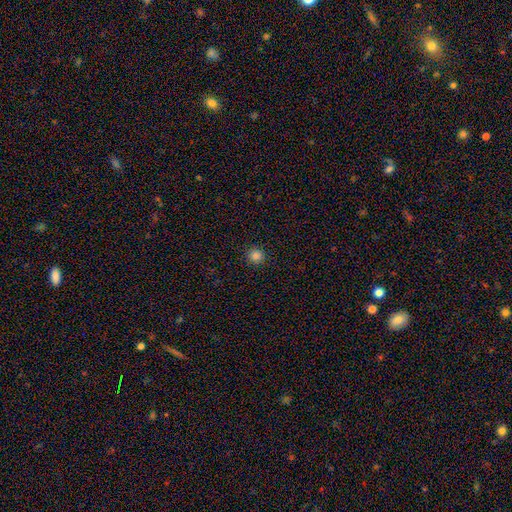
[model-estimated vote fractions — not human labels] smooth-or-featured: smooth: 84% | star or artifact: 13% | featured or disk: 3%
  how-rounded: round: 93% | in between: 6% | cigar-shaped: 1%
  merging: none: 92% | minor disturbance: 5% | major disturbance: 2% | merger: 1%